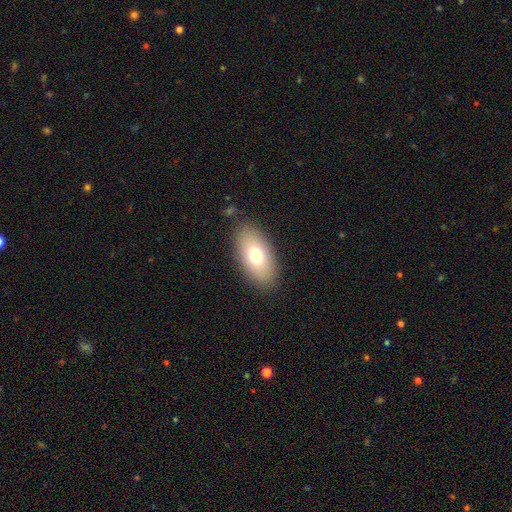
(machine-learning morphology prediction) smooth 72%, featured or disk 20%, star or artifact 8%. Down the decision tree: how rounded — in between (92%); merging — none (86%).